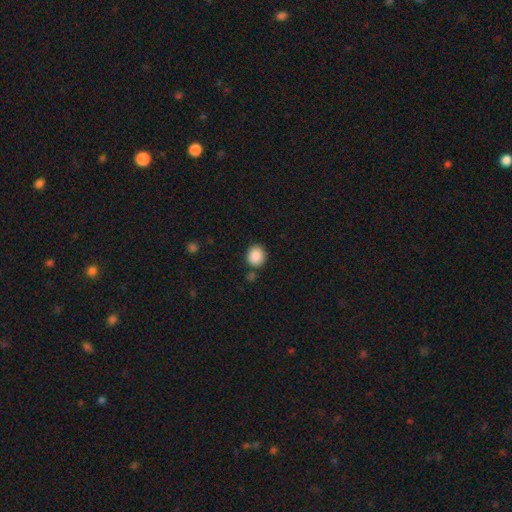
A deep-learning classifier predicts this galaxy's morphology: A smooth galaxy with no disk features (89%) that is round (76%). Merging: none (81%).